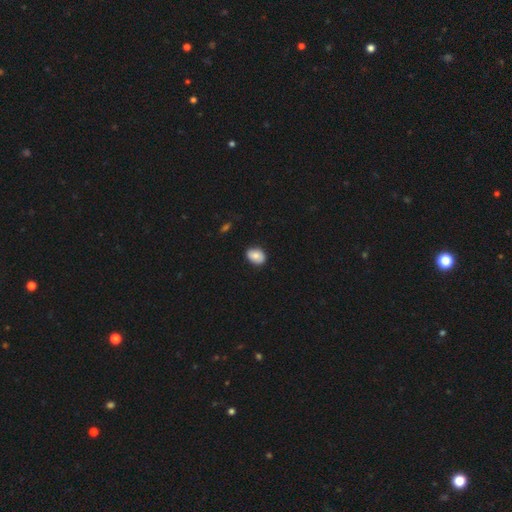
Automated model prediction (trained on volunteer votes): Smooth or featured?
  - smooth: 81% *
  - featured or disk: 11%
  - star or artifact: 8%
How rounded?
  - in between: 76% *
  - round: 23%
  - cigar-shaped: 1%
Merging?
  - none: 83% *
  - minor disturbance: 14%
  - major disturbance: 2%
  - merger: 1%